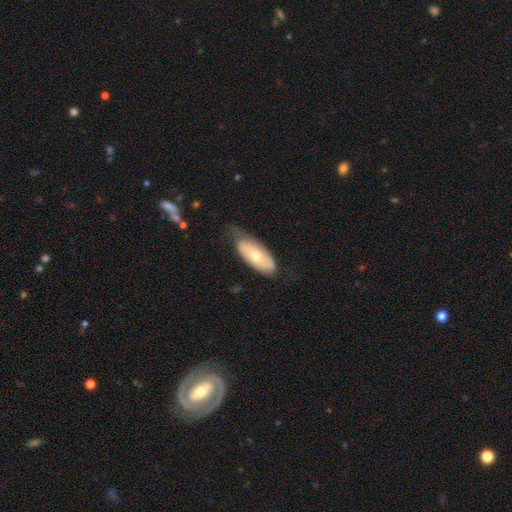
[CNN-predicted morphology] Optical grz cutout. It shows a smooth galaxy with no disk features (59%) that is in between round and cigar-shaped (82%). Merging: none (44%).